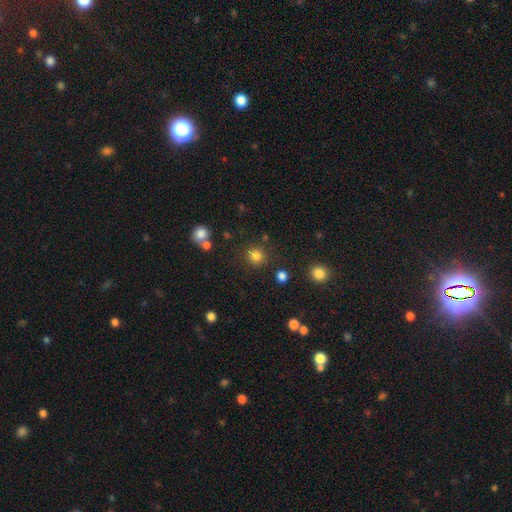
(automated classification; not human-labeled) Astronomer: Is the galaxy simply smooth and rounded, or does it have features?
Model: smooth — 81%.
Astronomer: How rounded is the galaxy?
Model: round — 92%.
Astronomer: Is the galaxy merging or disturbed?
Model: none — 85%.